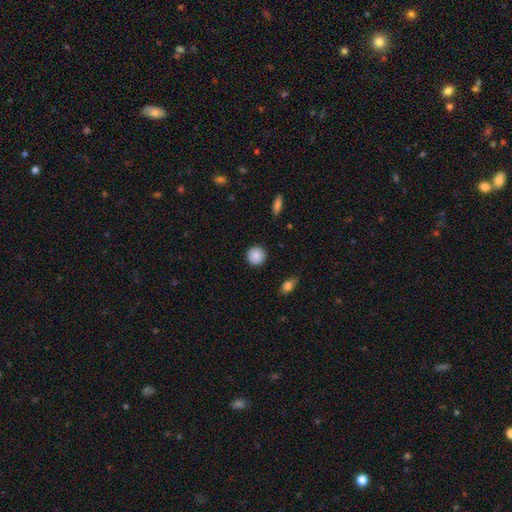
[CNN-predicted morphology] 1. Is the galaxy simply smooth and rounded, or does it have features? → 89% smooth, 8% star or artifact, 4% featured or disk.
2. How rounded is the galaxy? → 94% round, 5% in between, 1% cigar-shaped.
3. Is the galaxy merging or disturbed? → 91% none, 6% minor disturbance, 2% major disturbance, 1% merger.